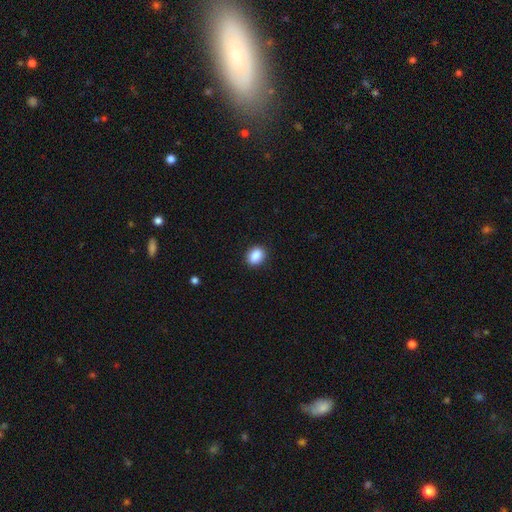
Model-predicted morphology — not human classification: A smooth galaxy with no disk features (88%) that is in between round and cigar-shaped (59%). Merging: none (89%).